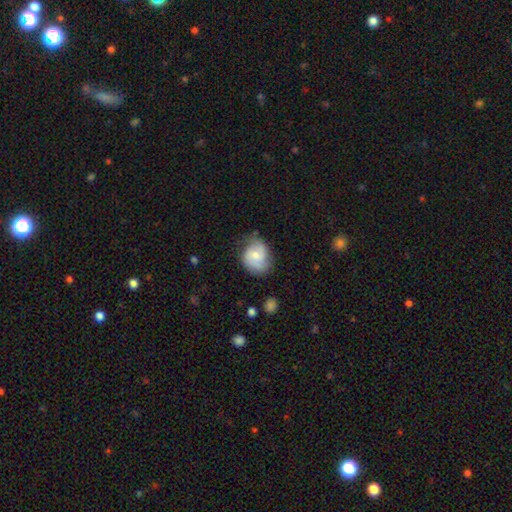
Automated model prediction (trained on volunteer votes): Smooth or featured? smooth (48%)
Merging? none (62%)